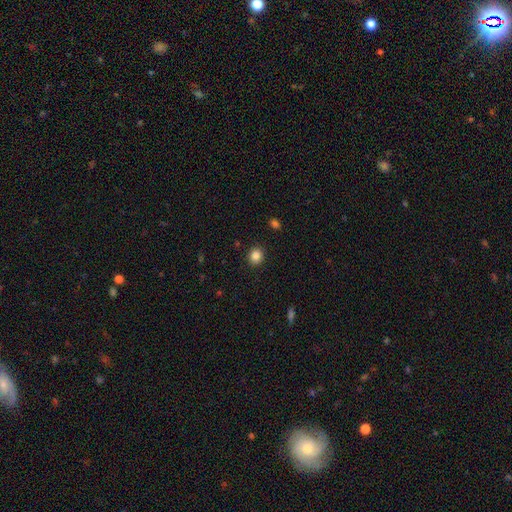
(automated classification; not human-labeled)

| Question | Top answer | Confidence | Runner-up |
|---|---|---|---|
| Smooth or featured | smooth | 85% | star or artifact (11%) |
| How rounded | round | 83% | in between (16%) |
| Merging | none | 91% | minor disturbance (6%) |